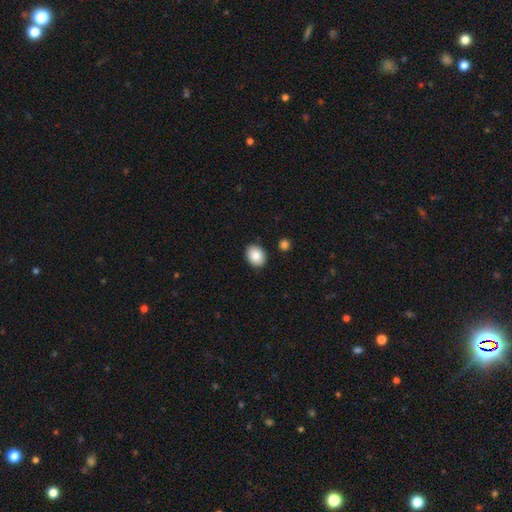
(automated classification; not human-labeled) smooth-or-featured: smooth: 85% | star or artifact: 8% | featured or disk: 7%
  how-rounded: in between: 57% | round: 42% | cigar-shaped: 1%
  merging: none: 89% | minor disturbance: 7% | merger: 2% | major disturbance: 2%